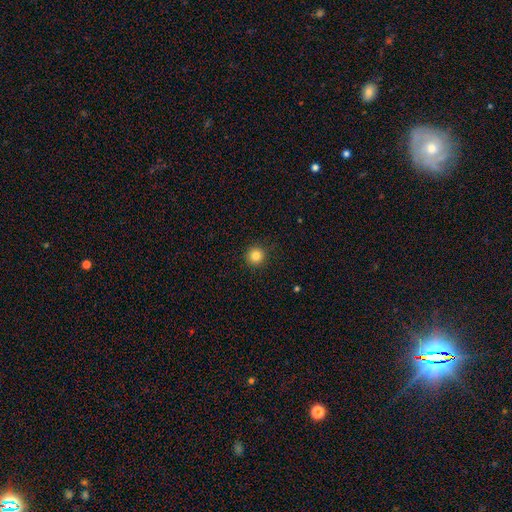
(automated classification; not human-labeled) Smooth or featured: smooth — 84% (star or artifact — 11%)
How rounded: round — 95% (in between — 4%)
Merging: none — 91% (minor disturbance — 6%)